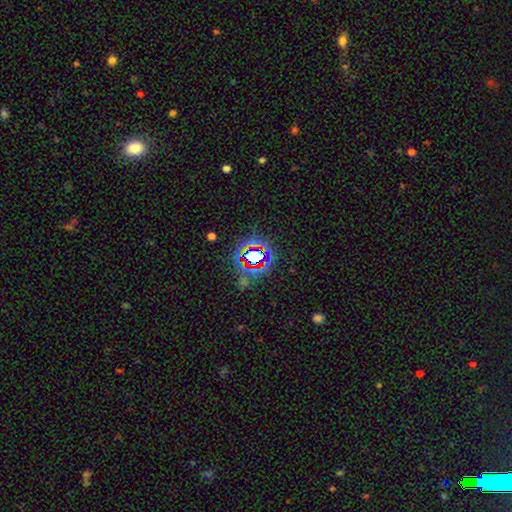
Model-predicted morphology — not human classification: Q: Smooth or featured?
A: star or artifact (67%); runner-up: smooth (21%)